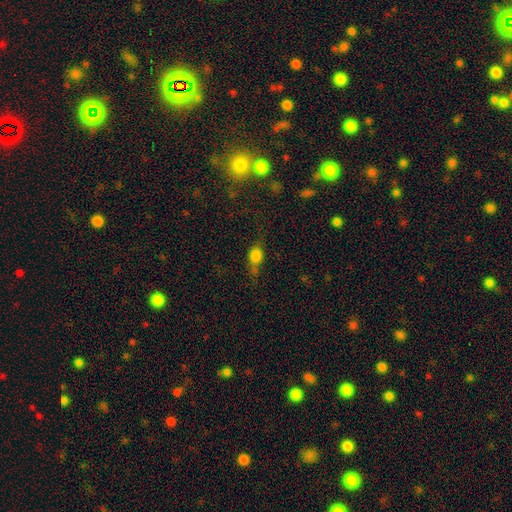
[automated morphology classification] Overall: smooth (68%). How rounded: in between (51%; round 39%). Merging: none (50%; minor disturbance 27%).